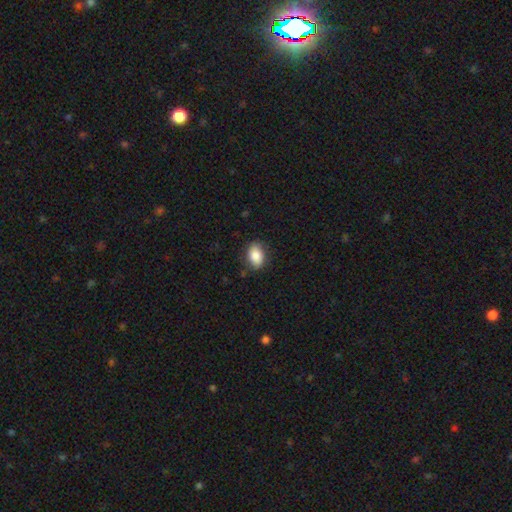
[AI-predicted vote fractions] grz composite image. It shows a smooth galaxy with no disk features (85%) that is in between round and cigar-shaped (85%). Merging: none (80%).